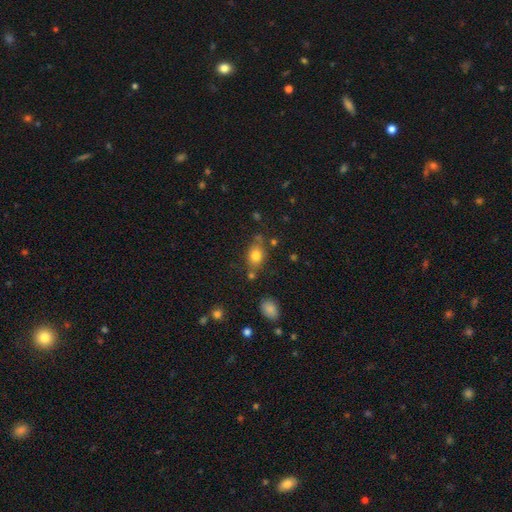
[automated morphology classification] A smooth galaxy with no disk features (78%) that is in between round and cigar-shaped (60%).

Vote fractions:
- Smooth or featured? smooth: 78% / star or artifact: 11% / featured or disk: 11%
- How rounded? in between: 60% / round: 37% / cigar-shaped: 2%
- Merging? none: 66% / minor disturbance: 17% / merger: 11% / major disturbance: 5%